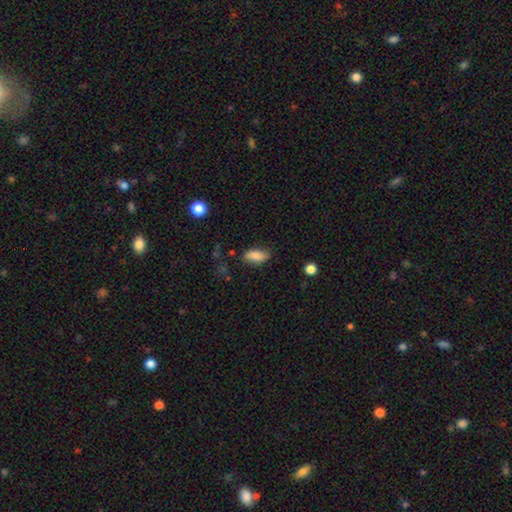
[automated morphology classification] type=smooth (83%); roundness=in between (84%); merging=none (77%).